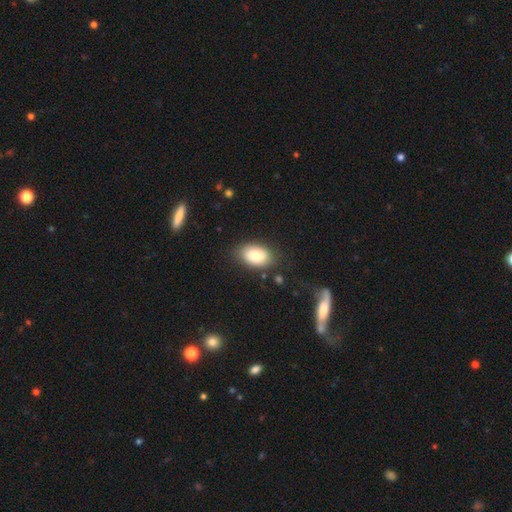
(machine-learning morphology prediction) smooth 82%, featured or disk 11%, star or artifact 7%. Down the decision tree: how rounded — in between (89%); merging — none (78%).